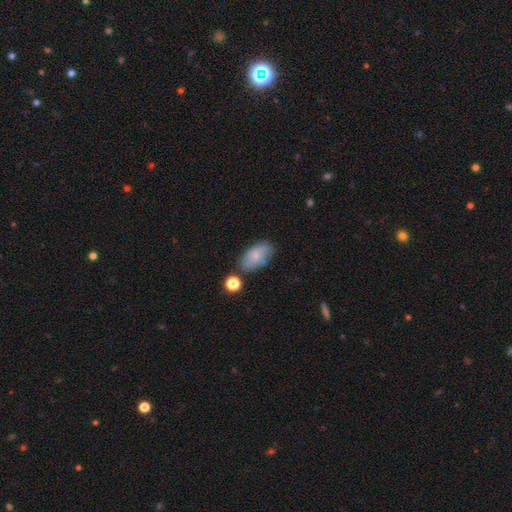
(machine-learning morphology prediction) Smooth or featured: smooth — 72% (featured or disk — 20%)
How rounded: in between — 92% (round — 5%)
Merging: none — 68% (minor disturbance — 20%)